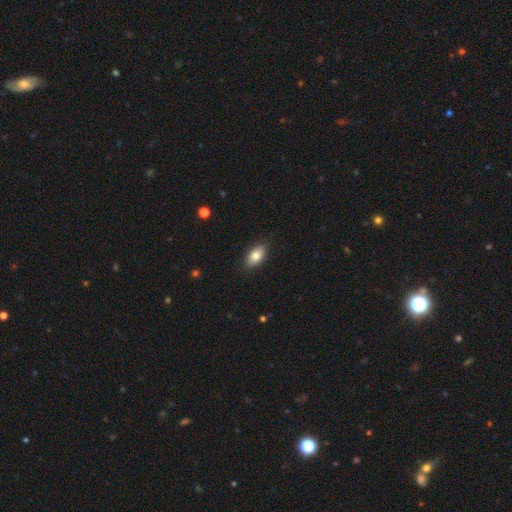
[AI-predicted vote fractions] This is clearly a smooth galaxy (81%). How rounded: clearly in between (90%). Merging: clearly none (87%).